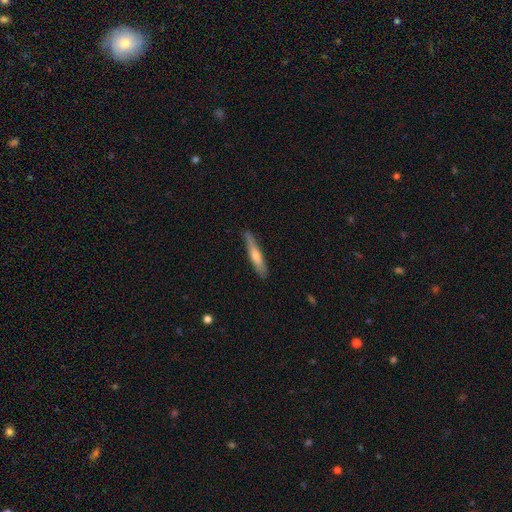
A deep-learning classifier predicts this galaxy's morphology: This appears to be a smooth galaxy with no disk features (47%, tied with featured or disk). Merging: none (86%).